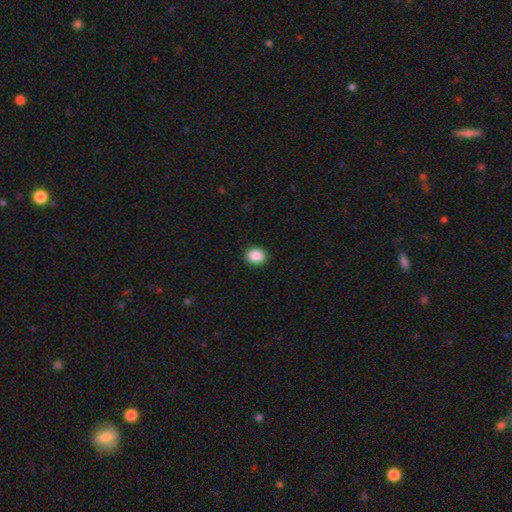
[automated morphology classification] smooth 89%, star or artifact 8%, featured or disk 3%. Down the decision tree: how rounded — in between (54%); merging — none (91%).